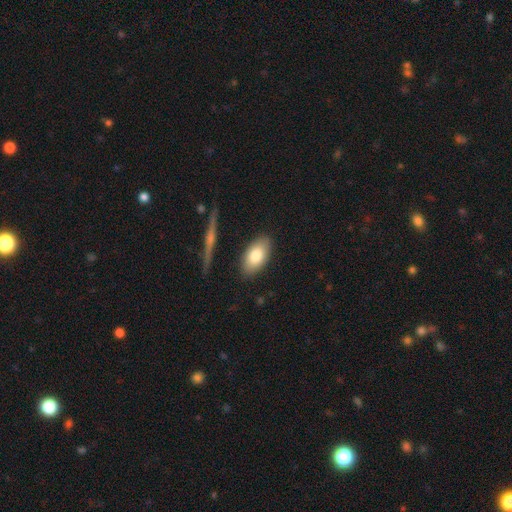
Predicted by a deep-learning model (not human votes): This appears to be a smooth galaxy with no disk features (79%) that is in between round and cigar-shaped (92%). Merging: none (84%).